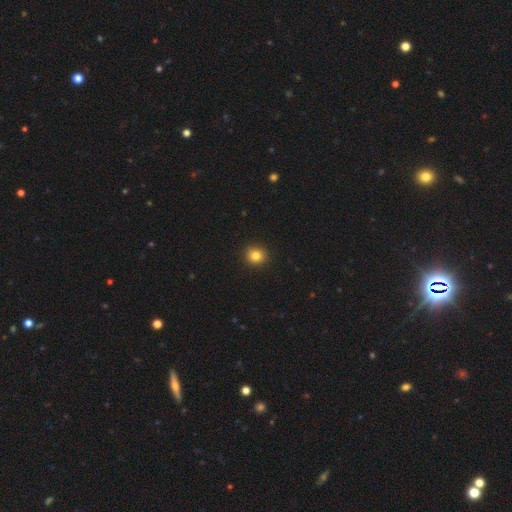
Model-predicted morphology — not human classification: Smooth or featured? smooth (83%)
How rounded? round (89%)
Merging? none (92%)